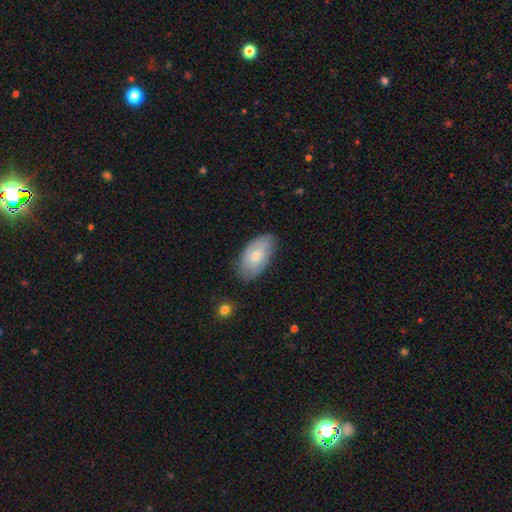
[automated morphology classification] A smooth galaxy with no disk features (64%) that is in between round and cigar-shaped (93%).

Vote fractions:
- Smooth or featured? smooth: 64% / featured or disk: 29% / star or artifact: 7%
- How rounded? in between: 93% / round: 4% / cigar-shaped: 2%
- Merging? none: 79% / minor disturbance: 17% / major disturbance: 3% / merger: 1%